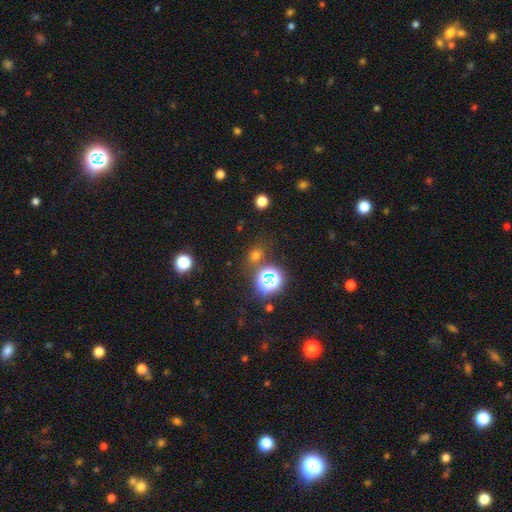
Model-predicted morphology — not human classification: Smooth or featured?
  - smooth: 56% *
  - star or artifact: 37%
  - featured or disk: 7%
How rounded?
  - round: 68% *
  - in between: 30%
  - cigar-shaped: 2%
Merging?
  - none: 76% *
  - minor disturbance: 11%
  - merger: 9%
  - major disturbance: 4%